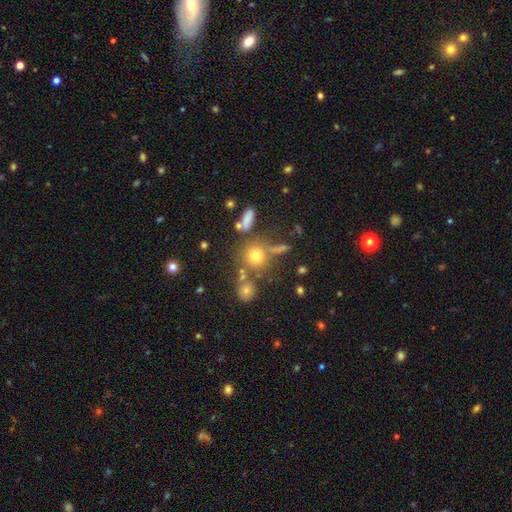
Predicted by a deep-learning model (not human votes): Q: Smooth or featured?
A: smooth (68%); runner-up: star or artifact (19%)
Q: How rounded?
A: round (87%); runner-up: in between (11%)
Q: Merging?
A: none (68%); runner-up: merger (16%)